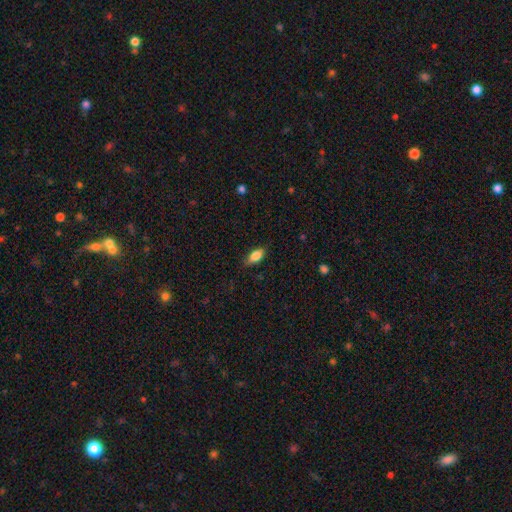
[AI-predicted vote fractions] Smooth or featured?
  - smooth: 83% *
  - featured or disk: 9%
  - star or artifact: 7%
How rounded?
  - in between: 86% *
  - cigar-shaped: 10%
  - round: 4%
Merging?
  - none: 79% *
  - minor disturbance: 16%
  - major disturbance: 3%
  - merger: 1%